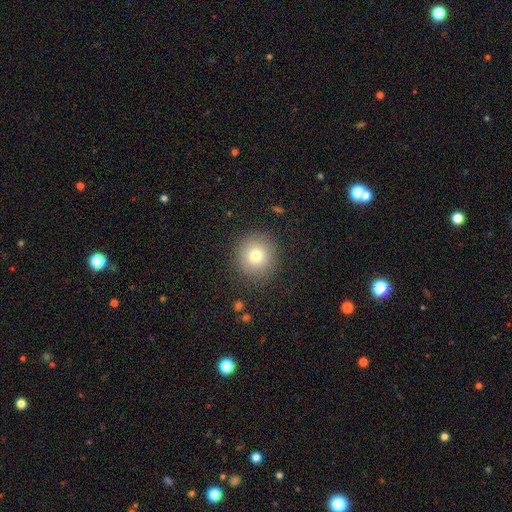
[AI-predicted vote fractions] This is likely a smooth galaxy (76%). How rounded: clearly round (92%). Merging: clearly none (88%).